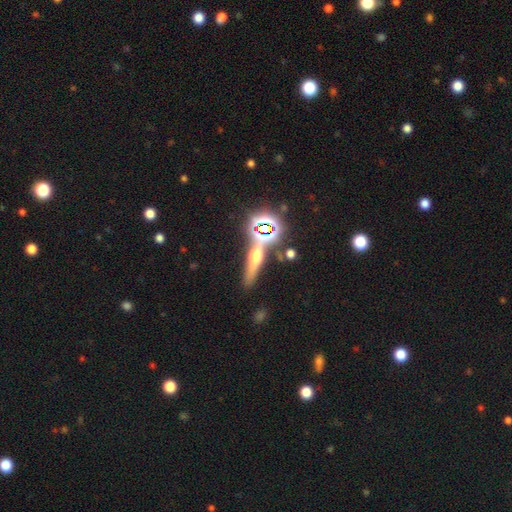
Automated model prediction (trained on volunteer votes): Smooth or featured: featured or disk — 35% (smooth — 34%)
Merging: none — 75% (merger — 11%)